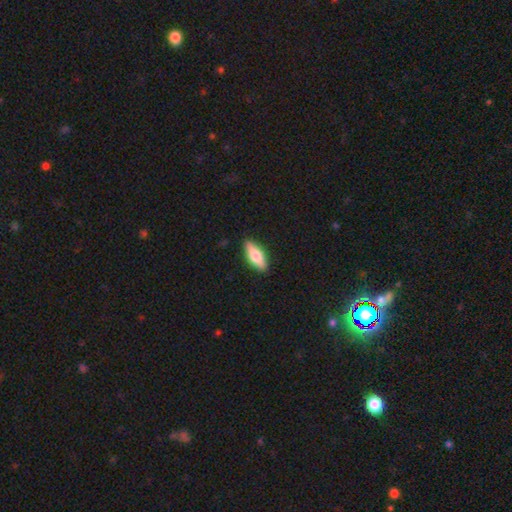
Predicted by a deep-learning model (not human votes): smooth_or_featured: smooth (p=0.65) [alt: featured or disk p=0.30]
how_rounded: in between (p=0.64) [alt: cigar-shaped p=0.33]
merging: none (p=0.89) [alt: minor disturbance p=0.08]